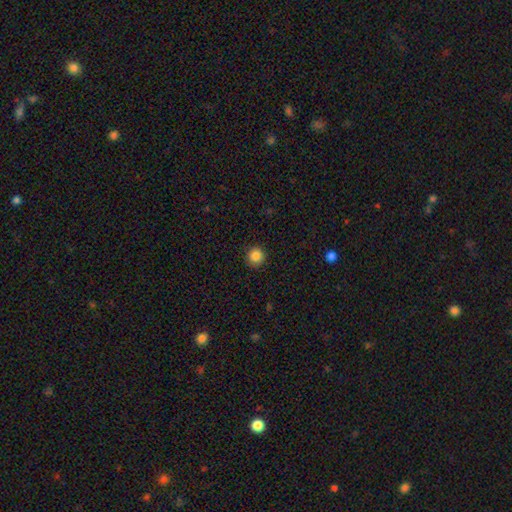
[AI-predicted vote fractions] Q: Smooth or featured?
A: smooth (86%); runner-up: star or artifact (10%)
Q: How rounded?
A: round (95%); runner-up: in between (4%)
Q: Merging?
A: none (92%); runner-up: minor disturbance (5%)